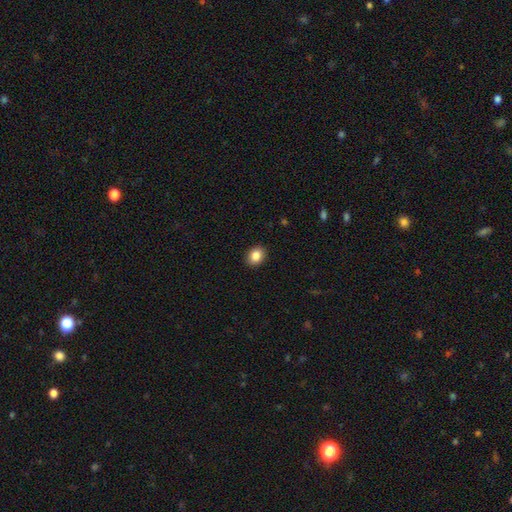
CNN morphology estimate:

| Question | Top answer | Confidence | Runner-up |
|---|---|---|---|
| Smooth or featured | smooth | 86% | star or artifact (9%) |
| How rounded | in between | 54% | round (45%) |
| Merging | none | 91% | minor disturbance (6%) |